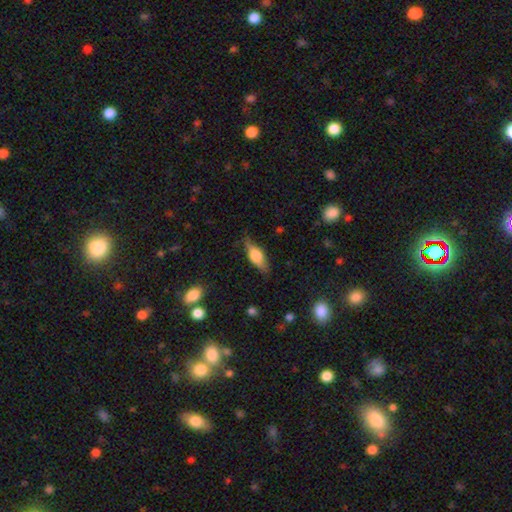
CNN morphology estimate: Smooth or featured?
  - smooth: 54% *
  - featured or disk: 39%
  - star or artifact: 7%
How rounded?
  - in between: 66% *
  - cigar-shaped: 31%
  - round: 4%
Merging?
  - none: 76% *
  - minor disturbance: 19%
  - major disturbance: 4%
  - merger: 1%